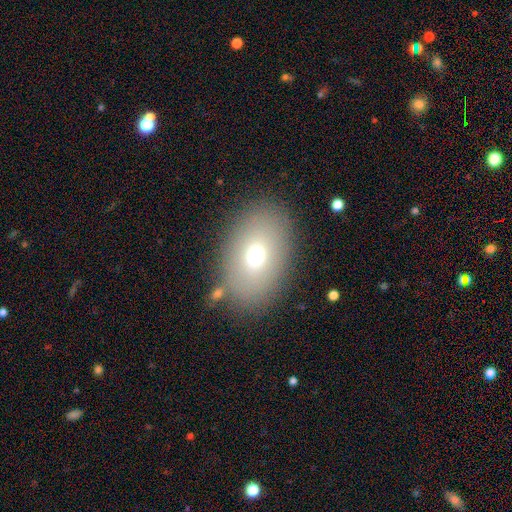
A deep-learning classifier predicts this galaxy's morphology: The model was most divided on "smooth or featured": smooth: 70%, featured or disk: 18%, star or artifact: 12%. More confident: how rounded — in between (83%); merging — none (82%).